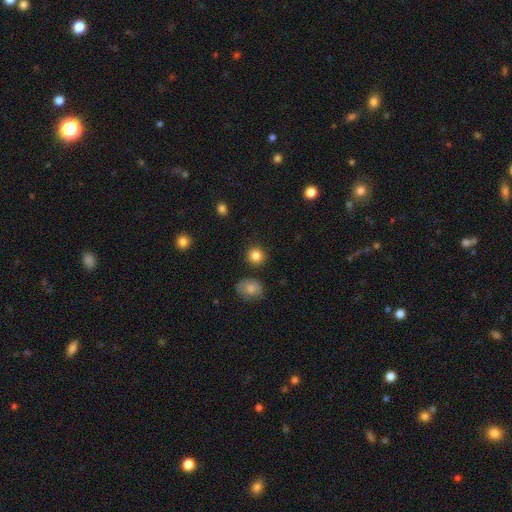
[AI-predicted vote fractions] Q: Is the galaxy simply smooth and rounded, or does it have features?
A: smooth — 84%.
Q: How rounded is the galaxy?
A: round — 91%.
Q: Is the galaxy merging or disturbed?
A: none — 88%.